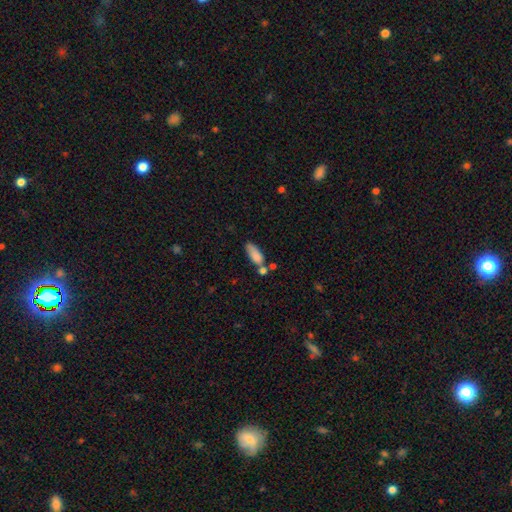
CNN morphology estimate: smooth_or_featured: smooth (p=0.82) [alt: featured or disk p=0.10]
how_rounded: in between (p=0.73) [alt: cigar-shaped p=0.24]
merging: none (p=0.44) [alt: merger p=0.26]